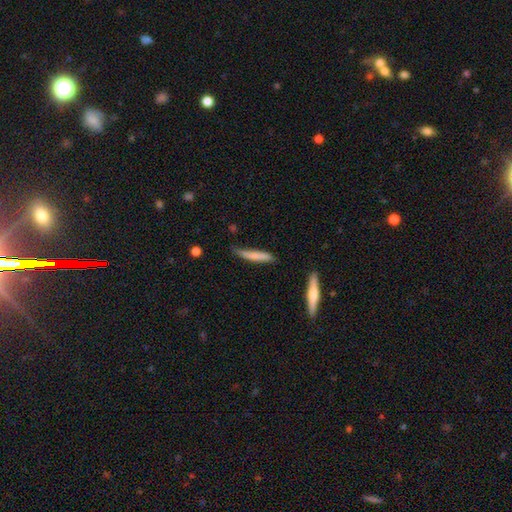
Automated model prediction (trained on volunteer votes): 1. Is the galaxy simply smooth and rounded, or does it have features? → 74% smooth, 20% featured or disk, 6% star or artifact.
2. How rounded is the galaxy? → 92% cigar-shaped, 7% in between, 1% round.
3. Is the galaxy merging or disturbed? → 62% none, 29% minor disturbance, 6% major disturbance, 3% merger.